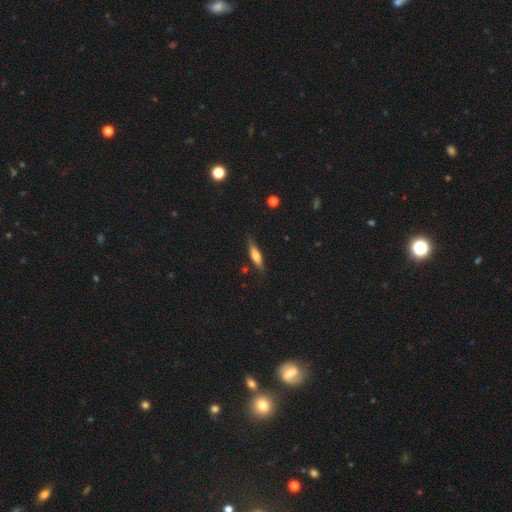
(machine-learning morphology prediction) The model was most divided on "smooth or featured": smooth: 59%, featured or disk: 34%, star or artifact: 7%. More confident: merging — none (80%); how rounded — cigar-shaped (65%).